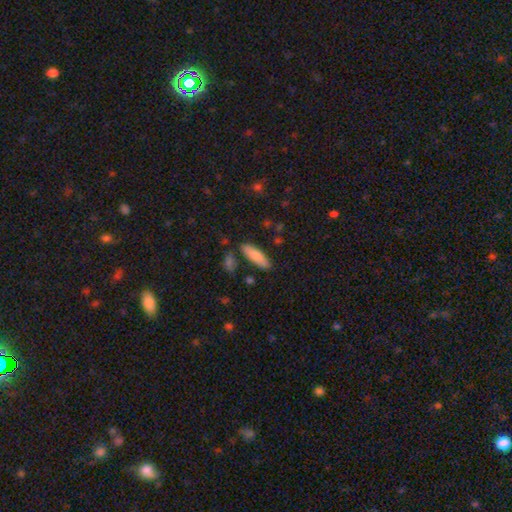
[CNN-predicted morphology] This appears to be a smooth galaxy with no disk features (80%) that is in between round and cigar-shaped (51%). Merging: none (80%).